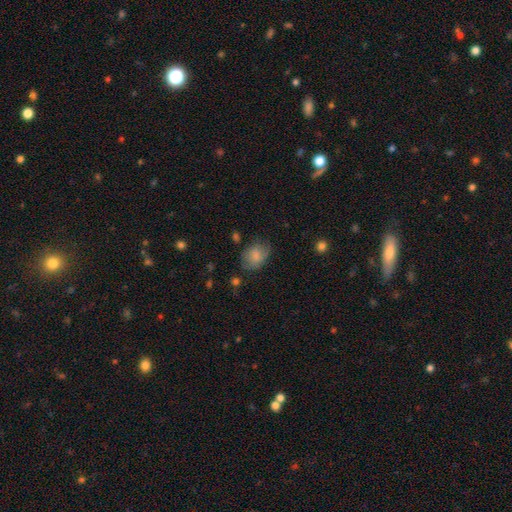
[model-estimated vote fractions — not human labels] smooth-or-featured: smooth: 79% | featured or disk: 13% | star or artifact: 8%
  how-rounded: in between: 69% | round: 30% | cigar-shaped: 1%
  merging: none: 63% | minor disturbance: 26% | major disturbance: 9% | merger: 2%